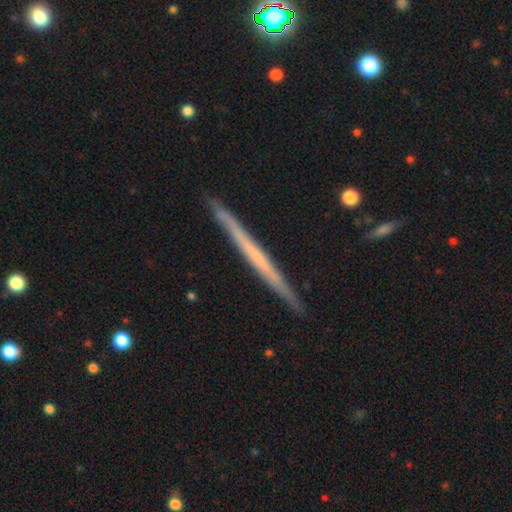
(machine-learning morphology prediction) Smooth or featured?
  - featured or disk: 58% *
  - smooth: 37%
  - star or artifact: 5%
Edge-on disk?
  - yes: 98% *
  - no: 2%
Edge-on bulge?
  - none: 89% *
  - rounded: 7%
  - boxy: 4%
Merging?
  - none: 91% *
  - minor disturbance: 7%
  - merger: 1%
  - major disturbance: 1%